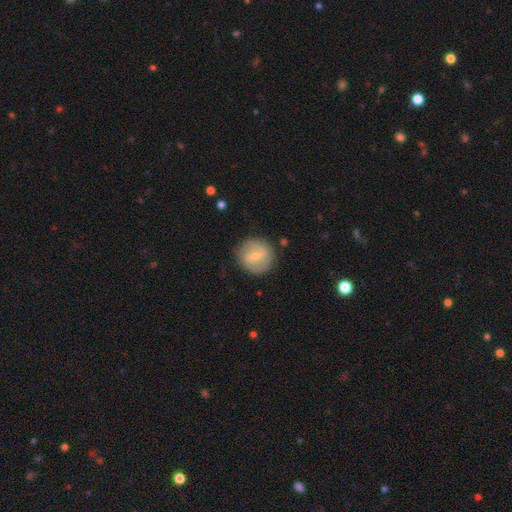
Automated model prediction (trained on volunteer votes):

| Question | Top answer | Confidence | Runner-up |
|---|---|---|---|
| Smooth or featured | smooth | 54% | featured or disk (39%) |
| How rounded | round | 91% | in between (8%) |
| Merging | none | 83% | minor disturbance (12%) |